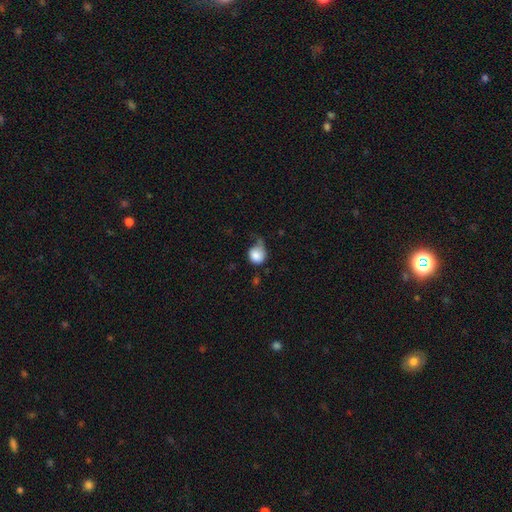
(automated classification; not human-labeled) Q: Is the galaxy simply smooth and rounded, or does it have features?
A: smooth — 81%.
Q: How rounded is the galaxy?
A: round — 76%.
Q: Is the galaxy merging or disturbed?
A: minor disturbance — 34%.